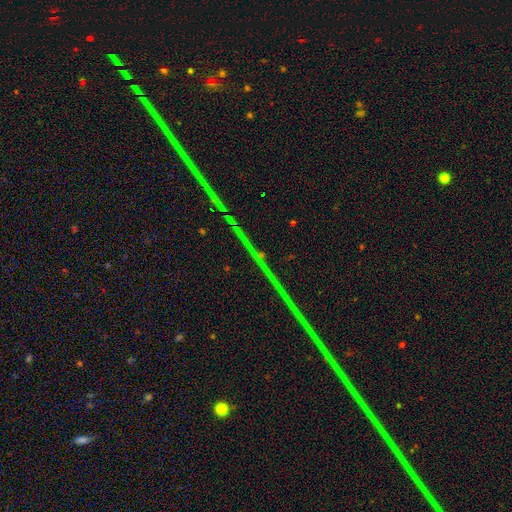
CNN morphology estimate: This appears to be a star or artifact, not a galaxy (89%).